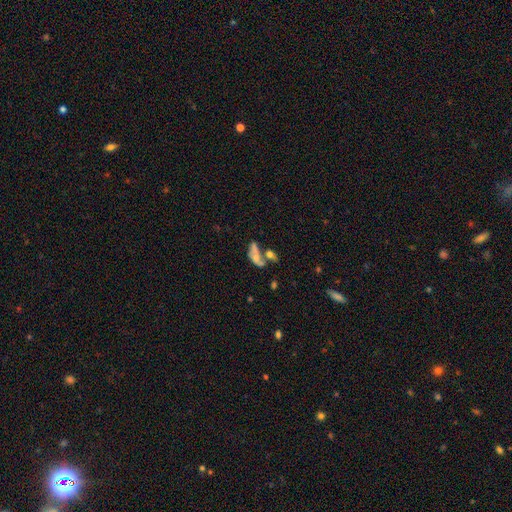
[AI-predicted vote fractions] Smooth or featured? smooth (48%)
Merging? merger (50%)